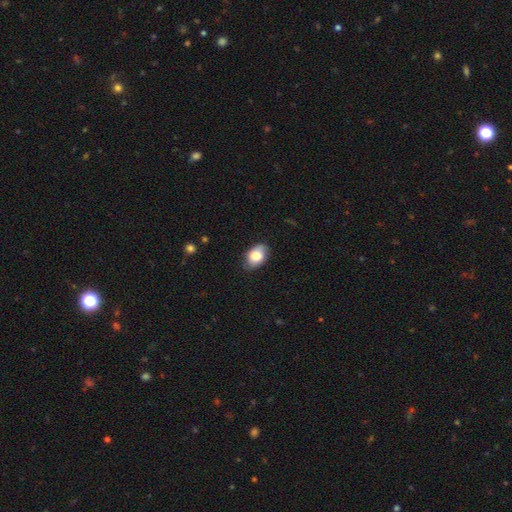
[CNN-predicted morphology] The model was most divided on "merging": none: 77%, minor disturbance: 19%, major disturbance: 3%, merger: 1%. More confident: how rounded — in between (82%); smooth or featured — smooth (76%).